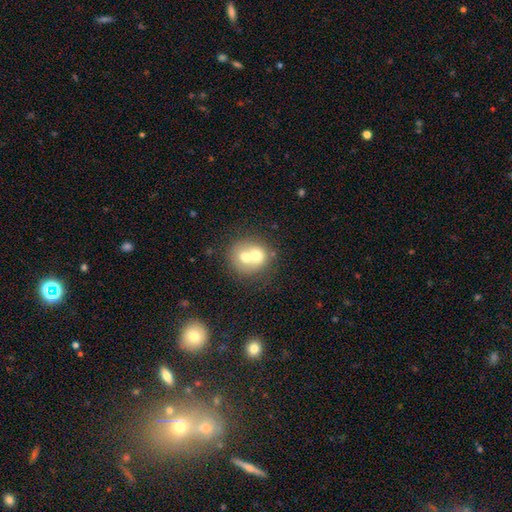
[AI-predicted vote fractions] smooth_or_featured: smooth (p=0.64) [alt: featured or disk p=0.27]
how_rounded: round (p=0.79) [alt: in between p=0.20]
merging: merger (p=0.66) [alt: none p=0.25]